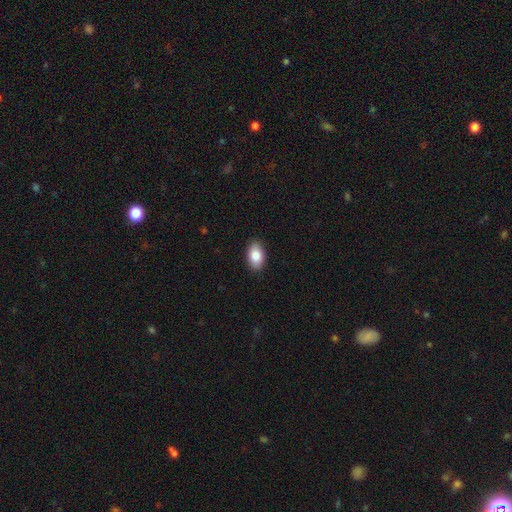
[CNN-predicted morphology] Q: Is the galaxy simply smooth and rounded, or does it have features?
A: smooth — 85%.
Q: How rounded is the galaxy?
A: in between — 93%.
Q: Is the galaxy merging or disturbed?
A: none — 90%.